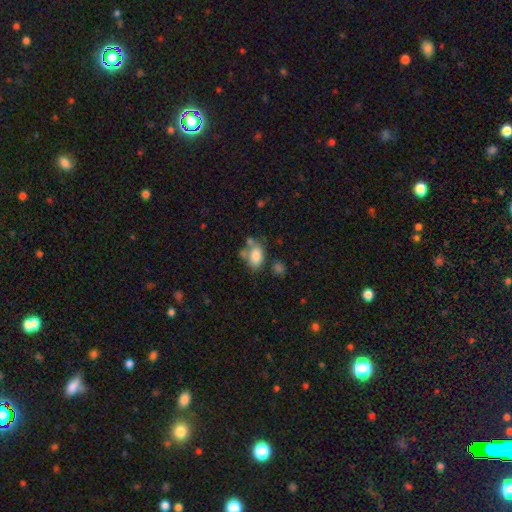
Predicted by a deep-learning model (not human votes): Smooth or featured?
  - smooth: 80% *
  - featured or disk: 11%
  - star or artifact: 9%
How rounded?
  - in between: 86% *
  - round: 13%
  - cigar-shaped: 1%
Merging?
  - none: 49% *
  - merger: 24%
  - minor disturbance: 18%
  - major disturbance: 8%